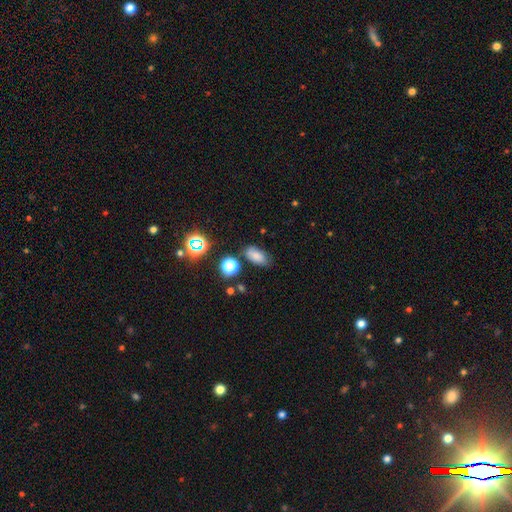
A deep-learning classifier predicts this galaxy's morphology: Overall: smooth (75%). How rounded: in between (88%). Merging: none (75%).